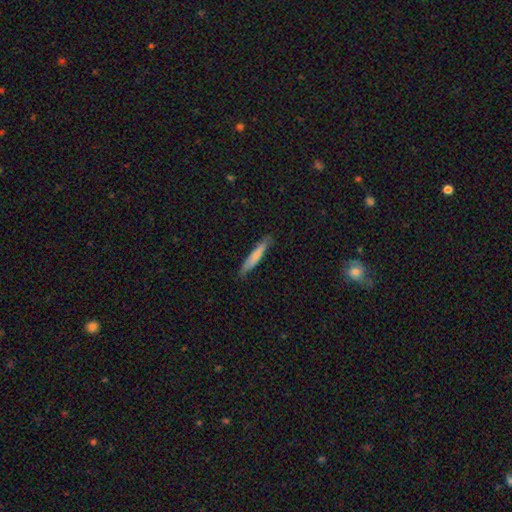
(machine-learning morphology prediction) Q: Smooth or featured?
A: smooth (69%); runner-up: featured or disk (25%)
Q: How rounded?
A: cigar-shaped (91%); runner-up: in between (7%)
Q: Merging?
A: none (83%); runner-up: minor disturbance (14%)